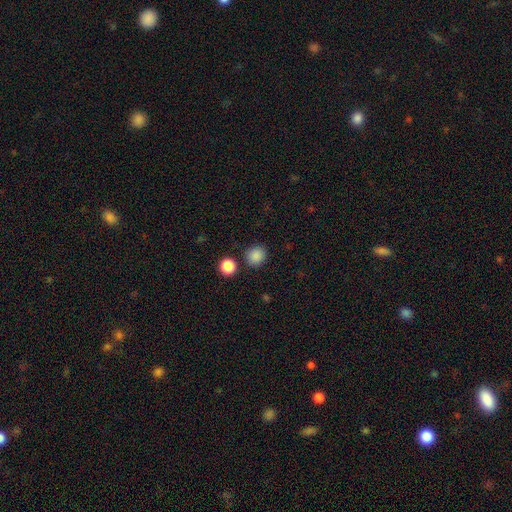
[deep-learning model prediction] This appears to be a smooth galaxy with no disk features (87%) that is round (88%). Merging: none (86%).